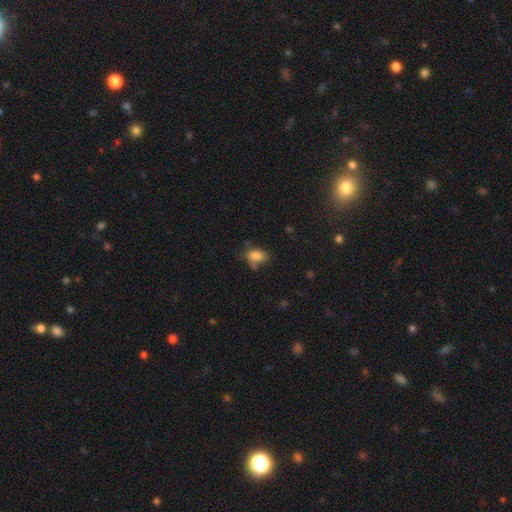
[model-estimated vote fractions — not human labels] This is clearly a smooth galaxy (81%). How rounded: clearly in between (81%). Merging: possibly none (51%).